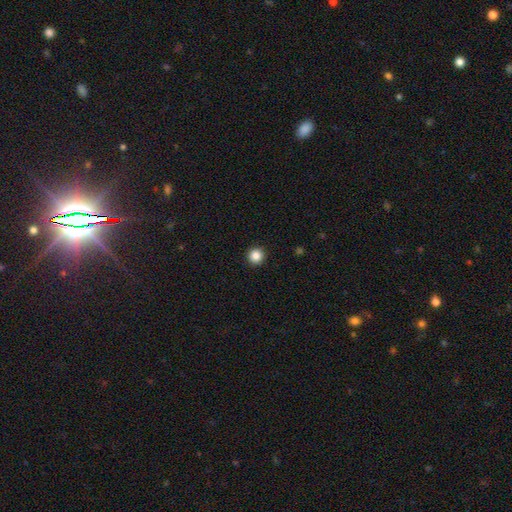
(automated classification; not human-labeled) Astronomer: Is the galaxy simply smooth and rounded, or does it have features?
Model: smooth — 86%.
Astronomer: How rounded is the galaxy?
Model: round — 96%.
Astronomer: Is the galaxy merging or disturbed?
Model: none — 94%.